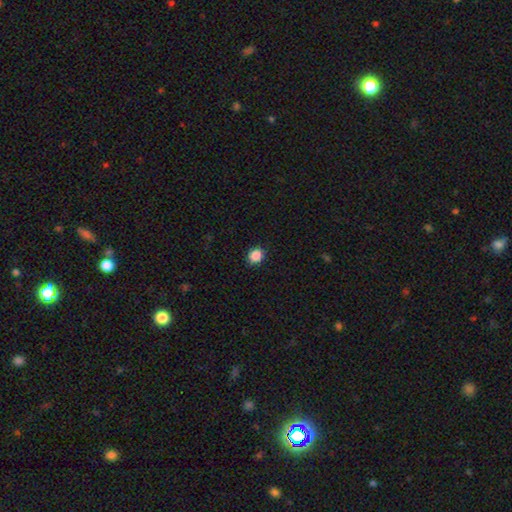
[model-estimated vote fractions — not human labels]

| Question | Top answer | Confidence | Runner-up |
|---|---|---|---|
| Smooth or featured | smooth | 87% | star or artifact (10%) |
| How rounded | round | 73% | in between (26%) |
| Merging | none | 89% | minor disturbance (8%) |